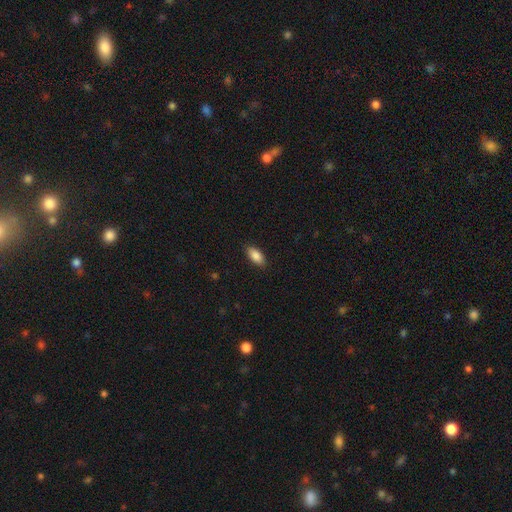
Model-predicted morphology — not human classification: smooth_or_featured: smooth (p=0.87) [alt: star or artifact p=0.07]
how_rounded: in between (p=0.89) [alt: cigar-shaped p=0.09]
merging: none (p=0.87) [alt: minor disturbance p=0.10]